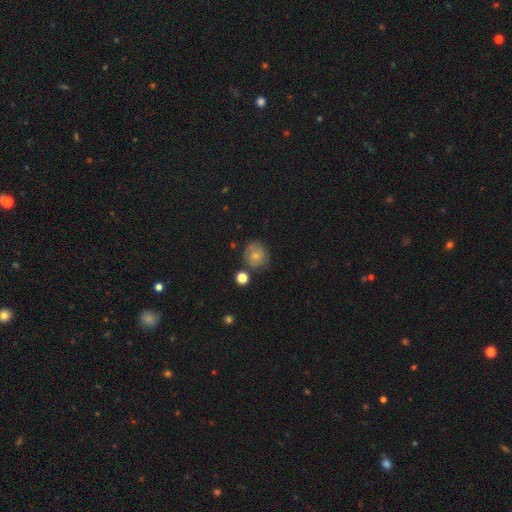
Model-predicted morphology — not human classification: This is possibly a featured or disk galaxy (48%). Merging: likely none (71%).